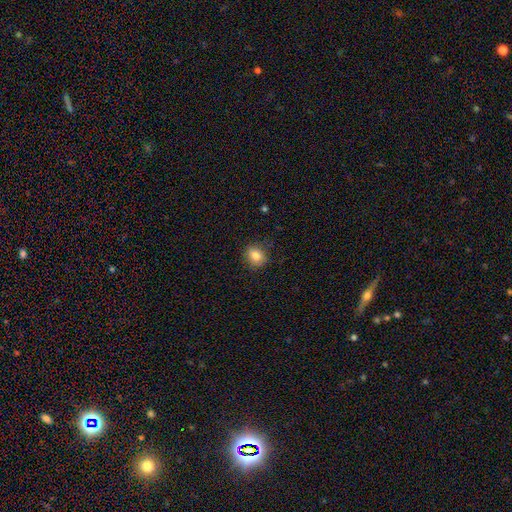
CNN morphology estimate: Smooth or featured? smooth (82%)
How rounded? round (68%)
Merging? none (83%)